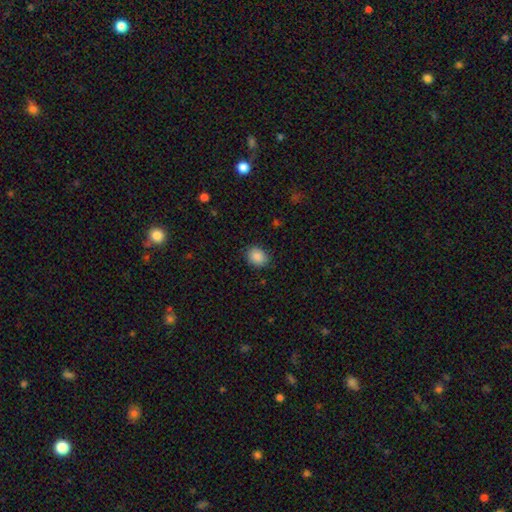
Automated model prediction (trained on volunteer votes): Q: Smooth or featured?
A: smooth (88%); runner-up: star or artifact (8%)
Q: How rounded?
A: round (52%); runner-up: in between (47%)
Q: Merging?
A: none (85%); runner-up: minor disturbance (12%)